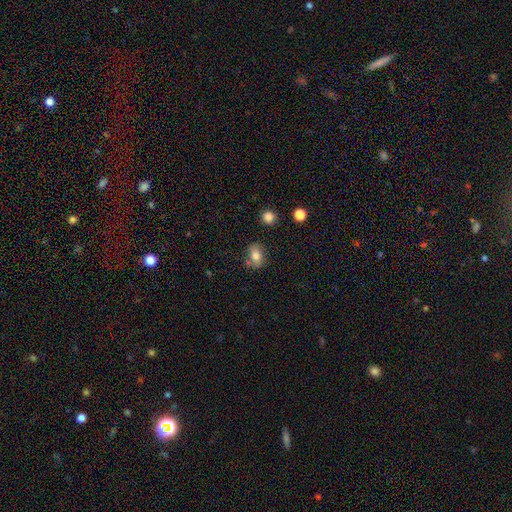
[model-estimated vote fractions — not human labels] Smooth or featured? smooth (78%)
How rounded? in between (71%)
Merging? none (73%)